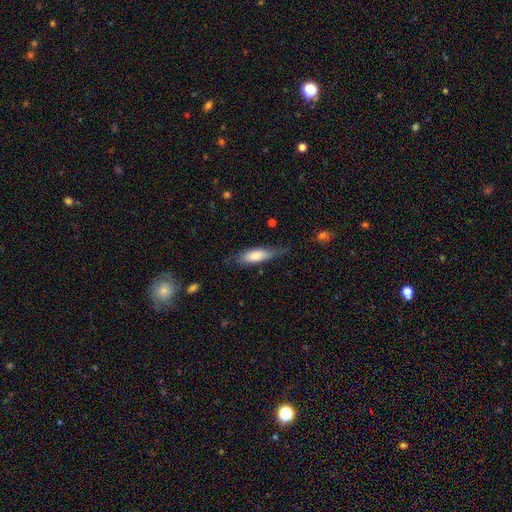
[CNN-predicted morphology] smooth 71%, featured or disk 23%, star or artifact 6%. Down the decision tree: how rounded — in between (55%); merging — none (64%).